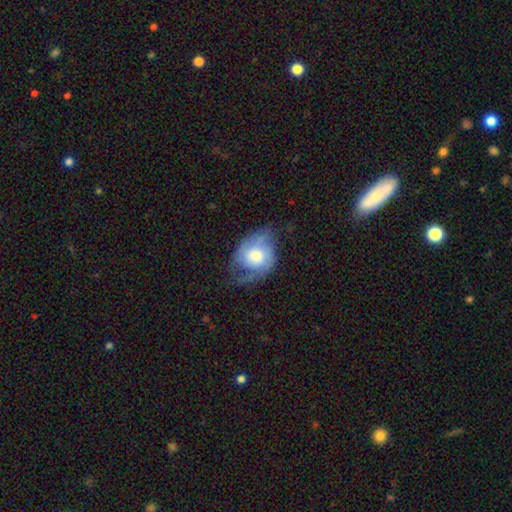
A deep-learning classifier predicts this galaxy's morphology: smooth_or_featured: featured or disk (p=0.59) [alt: smooth p=0.34]
disk_edge_on: no (p=0.96) [alt: yes p=0.04]
bar: no (p=0.74) [alt: weak p=0.22]
has_spiral_arms: yes (p=0.84) [alt: no p=0.16]
bulge_size: moderate (p=0.44) [alt: large p=0.36]
merging: none (p=0.45) [alt: minor disturbance p=0.32]